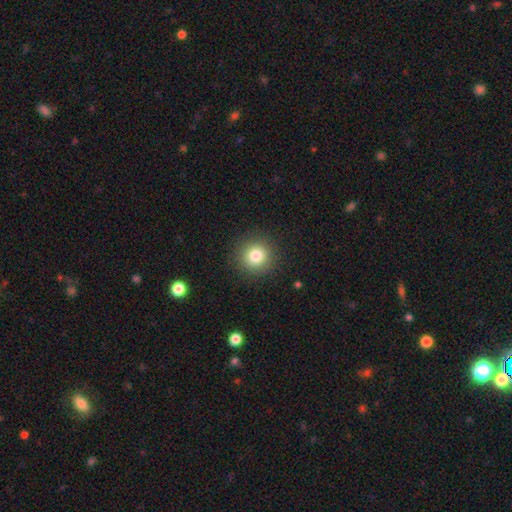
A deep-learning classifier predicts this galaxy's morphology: A smooth galaxy with no disk features (81%) that is round (94%).

Vote fractions:
- Smooth or featured? smooth: 81% / star or artifact: 11% / featured or disk: 7%
- How rounded? round: 94% / in between: 5% / cigar-shaped: 1%
- Merging? none: 90% / minor disturbance: 6% / major disturbance: 2% / merger: 1%